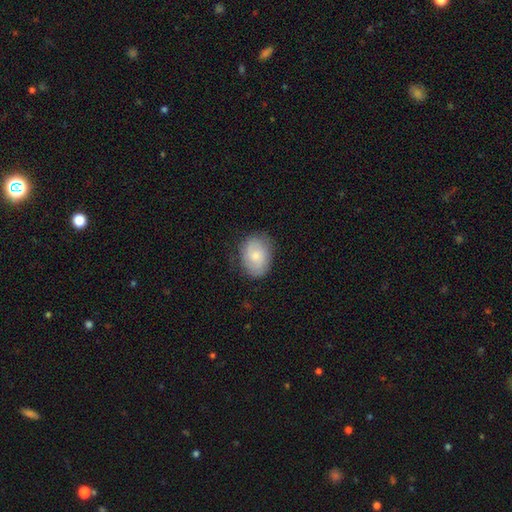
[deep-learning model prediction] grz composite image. It shows a smooth galaxy with no disk features (59%) that is in between round and cigar-shaped (69%). Merging: none (77%).